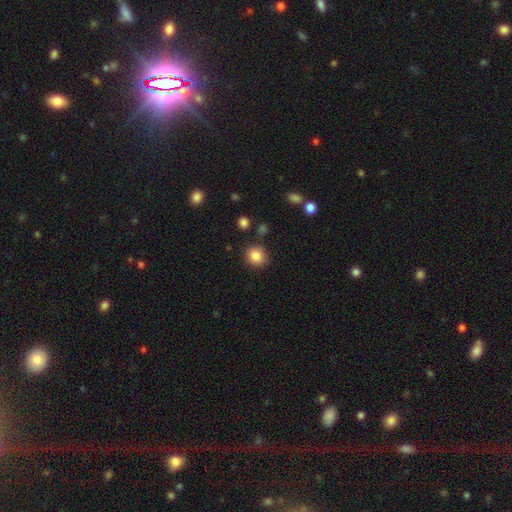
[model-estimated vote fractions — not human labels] A smooth galaxy with no disk features (85%) that is round (83%). Merging: none (83%).